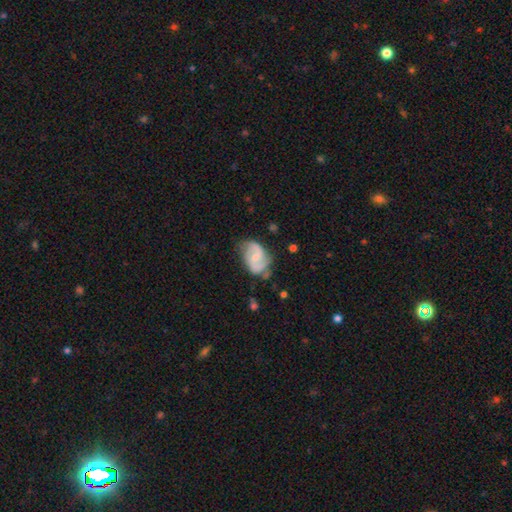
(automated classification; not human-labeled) smooth_or_featured: featured or disk (p=0.77) [alt: smooth p=0.17]
disk_edge_on: no (p=0.98) [alt: yes p=0.02]
bar: weak (p=0.52) [alt: no p=0.34]
has_spiral_arms: yes (p=0.93) [alt: no p=0.07]
spiral_winding: medium (p=0.47) [alt: loose p=0.36]
spiral_arm_count: 2 (p=0.88) [alt: can't tell p=0.06]
bulge_size: small (p=0.48) [alt: moderate p=0.25]
merging: none (p=0.62) [alt: minor disturbance p=0.25]